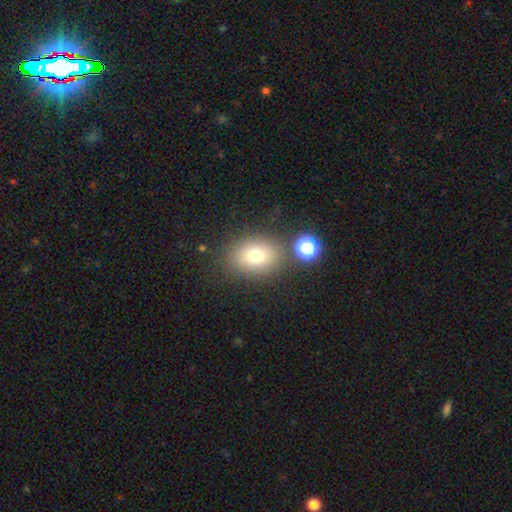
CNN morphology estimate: type=smooth (75%); roundness=in between (62%); merging=none (77%).